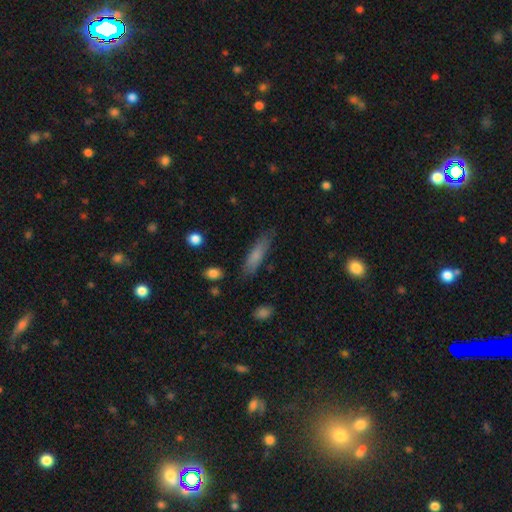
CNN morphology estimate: smooth 76%, featured or disk 17%, star or artifact 7%. Down the decision tree: how rounded — cigar-shaped (70%); merging — none (77%).